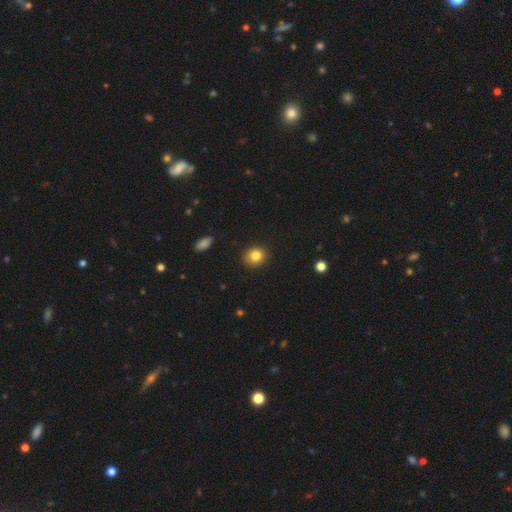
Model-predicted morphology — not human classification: This appears to be a smooth galaxy with no disk features (83%) that is round (74%). Merging: none (89%).